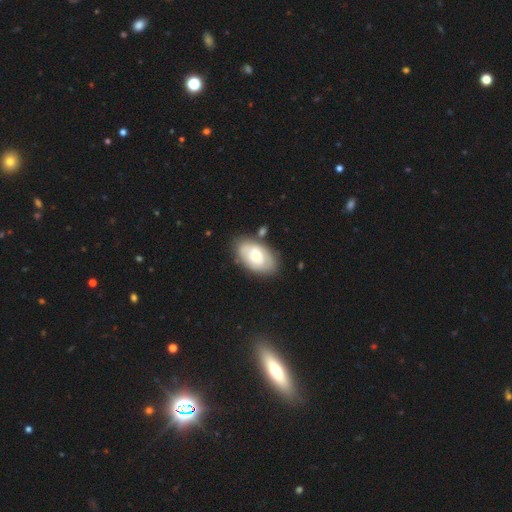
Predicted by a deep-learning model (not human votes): Smooth or featured?
  - smooth: 51% *
  - featured or disk: 42%
  - star or artifact: 6%
How rounded?
  - in between: 92% *
  - round: 7%
  - cigar-shaped: 2%
Merging?
  - none: 71% *
  - minor disturbance: 17%
  - merger: 6%
  - major disturbance: 5%